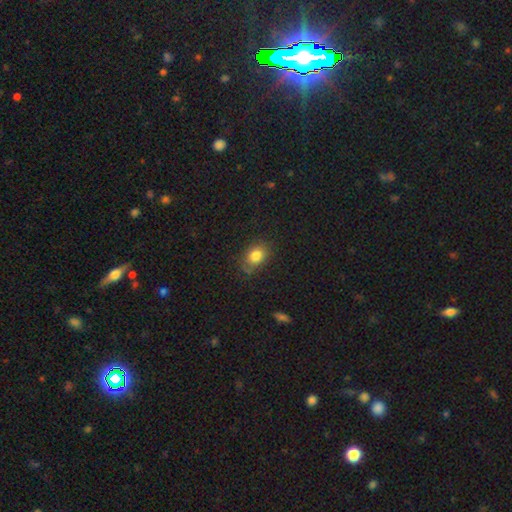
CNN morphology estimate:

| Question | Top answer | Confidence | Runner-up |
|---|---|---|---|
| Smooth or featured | smooth | 82% | star or artifact (10%) |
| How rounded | in between | 69% | round (29%) |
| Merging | none | 74% | minor disturbance (19%) |